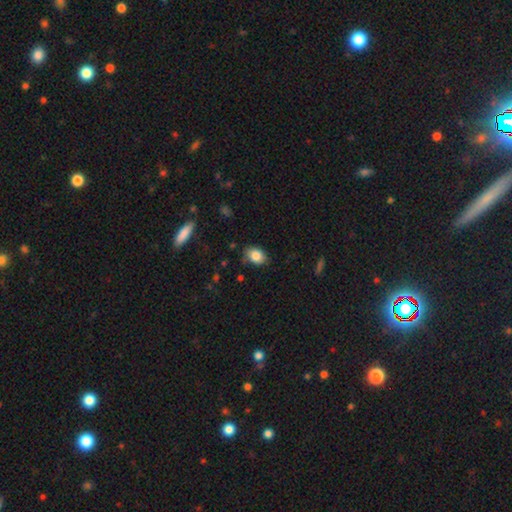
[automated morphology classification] A smooth galaxy with no disk features (83%) that is in between round and cigar-shaped (69%). Merging: none (72%).